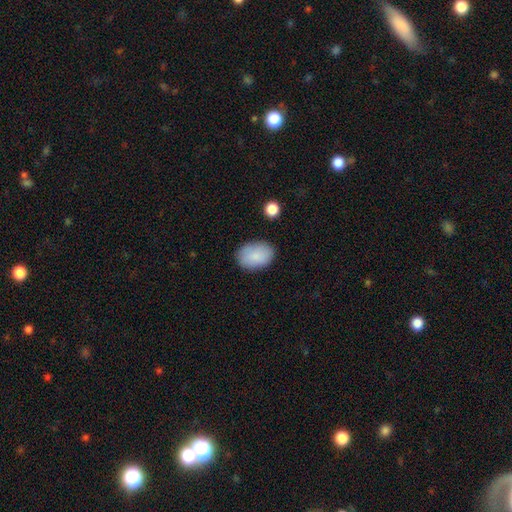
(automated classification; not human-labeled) The model was most divided on "how rounded": in between: 83%, round: 16%, cigar-shaped: 1%. More confident: smooth or featured — smooth (88%); merging — none (83%).